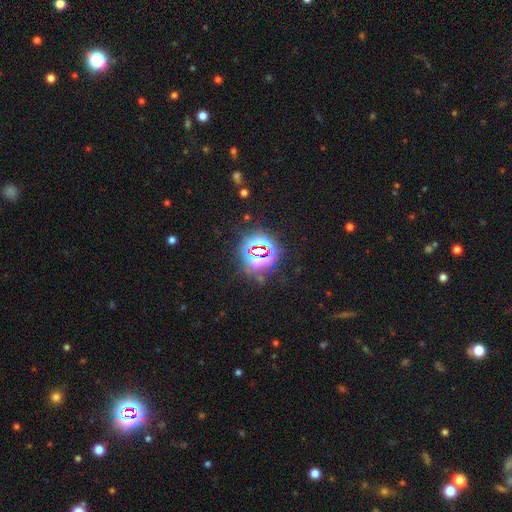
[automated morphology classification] Q: Smooth or featured?
A: star or artifact (84%); runner-up: smooth (10%)